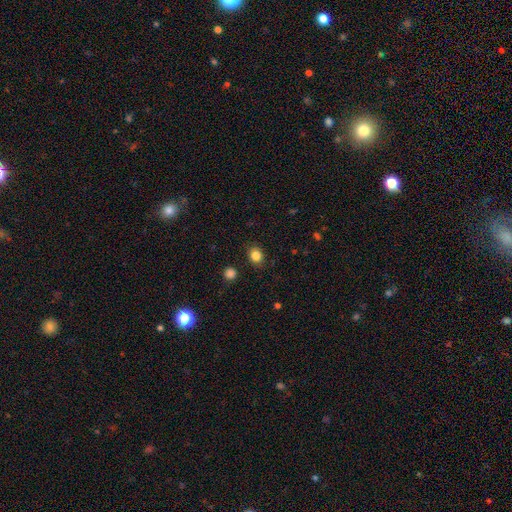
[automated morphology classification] Smooth or featured: smooth — 84% (star or artifact — 11%)
How rounded: round — 65% (in between — 34%)
Merging: none — 88% (minor disturbance — 8%)